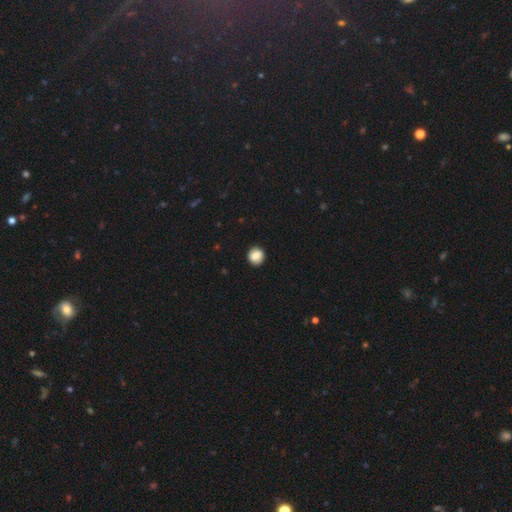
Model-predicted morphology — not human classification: Smooth or featured: smooth — 86% (star or artifact — 8%)
How rounded: round — 87% (in between — 12%)
Merging: none — 91% (minor disturbance — 7%)